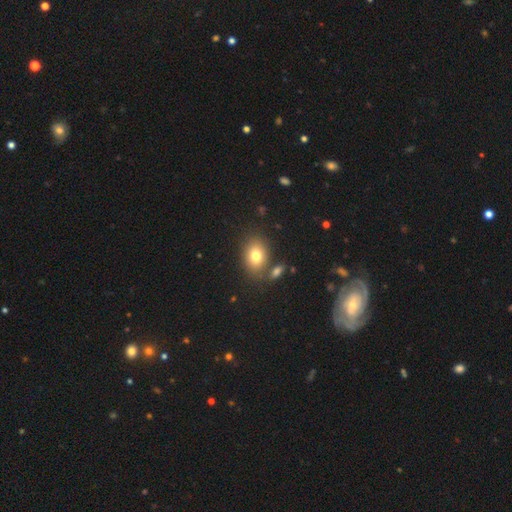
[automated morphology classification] type=smooth (77%); roundness=in between (68%); merging=none (72%).